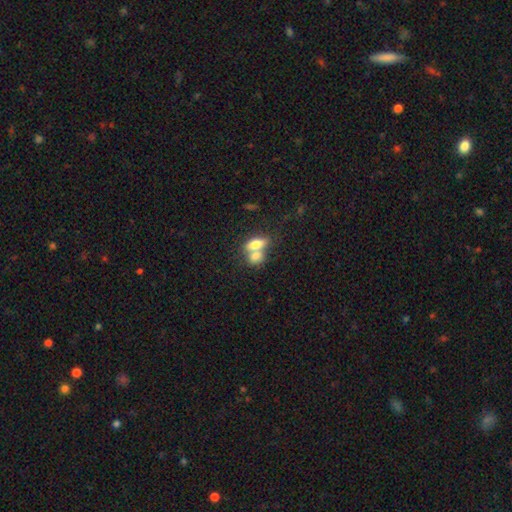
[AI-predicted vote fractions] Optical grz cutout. It shows a smooth galaxy with no disk features (73%) that is in between round and cigar-shaped (76%). Merging: merger (67%).